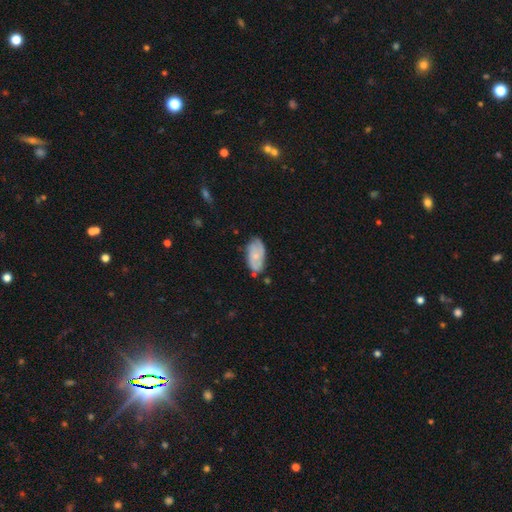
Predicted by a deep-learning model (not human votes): Smooth or featured: smooth — 47% (tied with featured or disk — 47%)
Merging: none — 66% (minor disturbance — 25%)